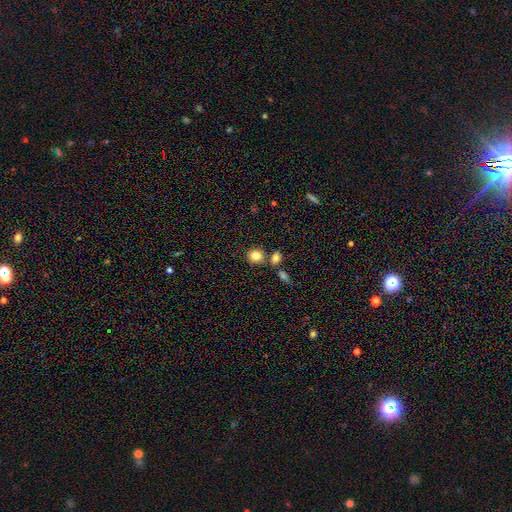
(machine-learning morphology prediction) Q: Smooth or featured?
A: smooth (83%); runner-up: star or artifact (10%)
Q: How rounded?
A: round (72%); runner-up: in between (27%)
Q: Merging?
A: none (70%); runner-up: merger (17%)